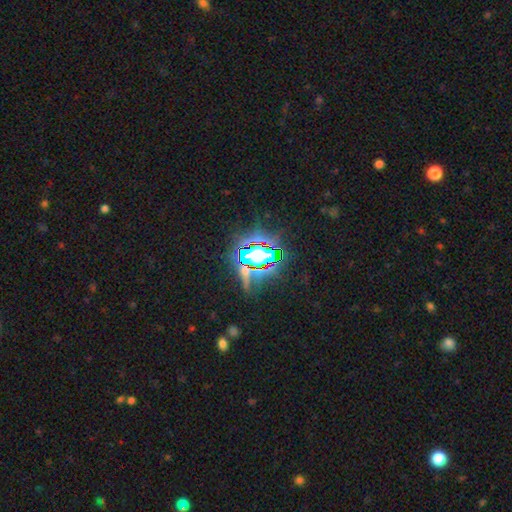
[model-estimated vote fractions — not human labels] star or artifact 74%, smooth 15%, featured or disk 12%.